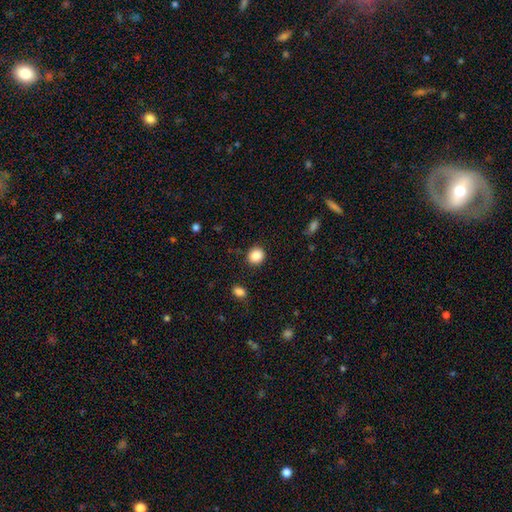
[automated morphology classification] The model was most divided on "how rounded": round: 81%, in between: 18%, cigar-shaped: 1%. More confident: merging — none (88%); smooth or featured — smooth (88%).